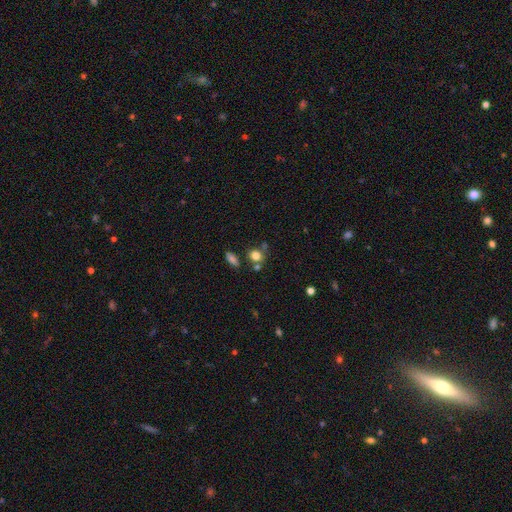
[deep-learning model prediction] A smooth galaxy with no disk features (78%) that is round (72%).

Vote fractions:
- Smooth or featured? smooth: 78% / star or artifact: 14% / featured or disk: 8%
- How rounded? round: 72% / in between: 26% / cigar-shaped: 2%
- Merging? none: 65% / merger: 18% / minor disturbance: 13% / major disturbance: 5%